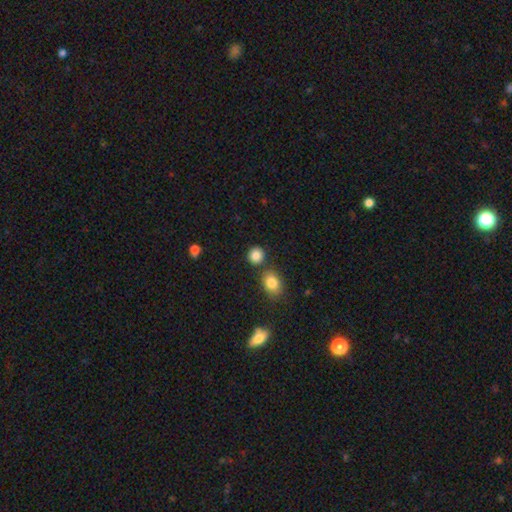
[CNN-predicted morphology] Smooth or featured: smooth — 85% (star or artifact — 10%)
How rounded: round — 85% (in between — 14%)
Merging: none — 78% (merger — 11%)